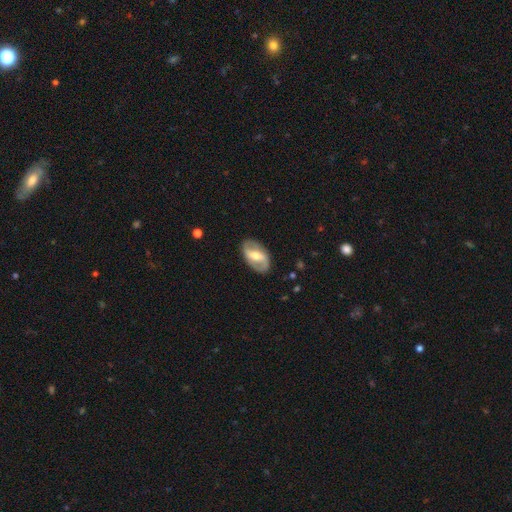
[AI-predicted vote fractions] smooth-or-featured: featured or disk: 76% | smooth: 19% | star or artifact: 5%
  disk-edge-on: no: 95% | yes: 5%
    bar: strong: 45% | weak: 38% | no: 17%
    has-spiral-arms: yes: 80% | no: 20%
      spiral-winding: loose: 41% | medium: 39% | tight: 20%
      spiral-arm-count: 2: 89% | can't tell: 6% | 1: 2% | 3: 1% | 4: 1% | more than 4: 1%
    bulge-size: moderate: 65% | small: 25% | large: 7% | none: 2% | dominant: 1%
  merging: none: 84% | minor disturbance: 11% | major disturbance: 4% | merger: 1%